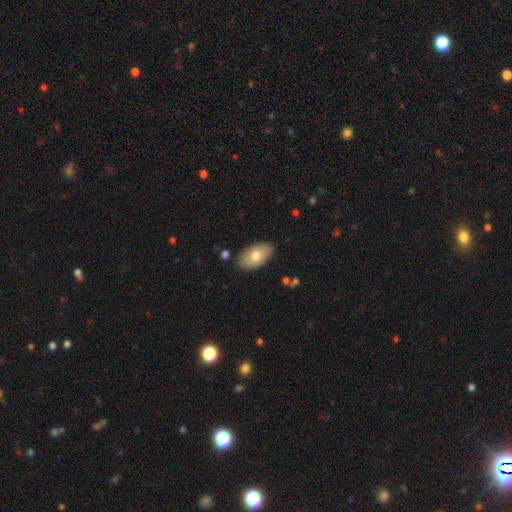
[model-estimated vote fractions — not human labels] Q: Smooth or featured?
A: smooth (75%); runner-up: featured or disk (19%)
Q: How rounded?
A: in between (94%); runner-up: round (4%)
Q: Merging?
A: none (84%); runner-up: minor disturbance (12%)